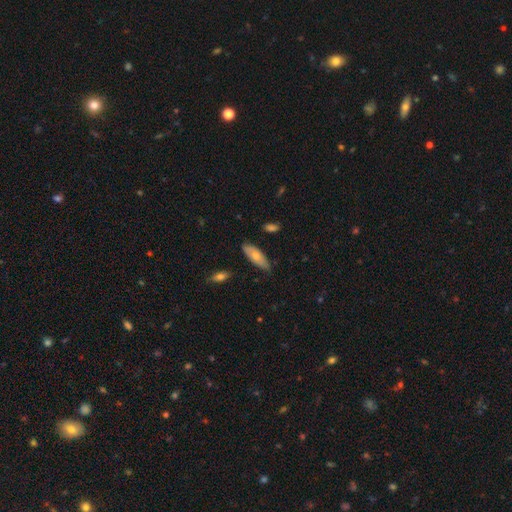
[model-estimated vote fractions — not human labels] A smooth galaxy with no disk features (71%) that is in between round and cigar-shaped (71%).

Vote fractions:
- Smooth or featured? smooth: 71% / featured or disk: 23% / star or artifact: 6%
- How rounded? in between: 71% / cigar-shaped: 27% / round: 2%
- Merging? none: 77% / minor disturbance: 19% / major disturbance: 3% / merger: 2%